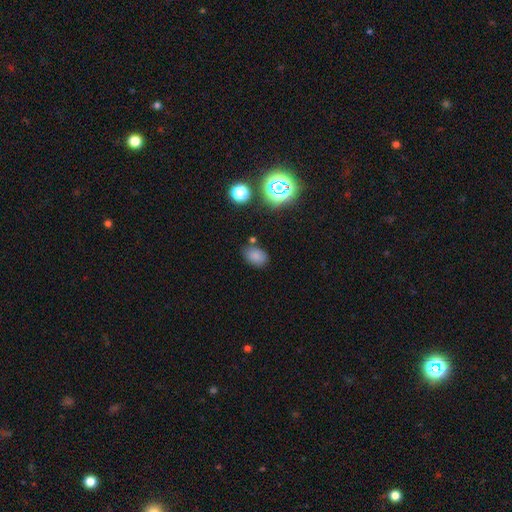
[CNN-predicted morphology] type=smooth (76%); roundness=in between (78%); merging=none (77%).